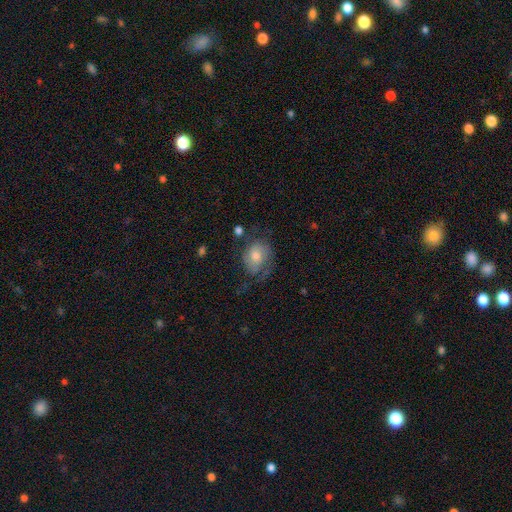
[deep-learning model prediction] Smooth or featured? Predicted: smooth (p=0.50). How rounded? Predicted: round (p=0.54). Merging? Predicted: none (p=0.53).